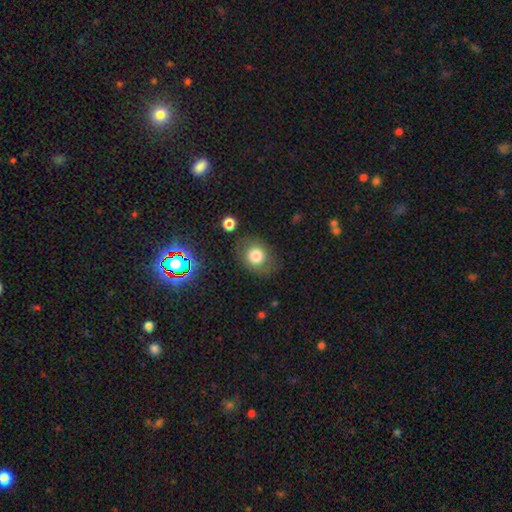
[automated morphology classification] Overall: smooth (76%). How rounded: round (62%; in between 37%). Merging: none (76%).